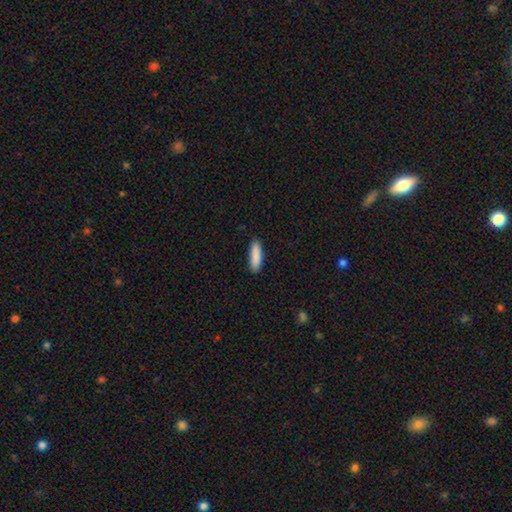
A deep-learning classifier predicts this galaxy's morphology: type=smooth (89%); roundness=cigar-shaped (62%); merging=none (90%).